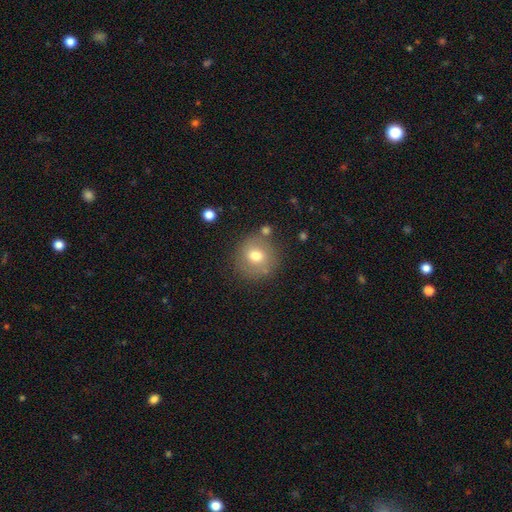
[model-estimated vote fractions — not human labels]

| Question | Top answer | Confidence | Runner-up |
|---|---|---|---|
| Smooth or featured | smooth | 71% | featured or disk (18%) |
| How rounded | round | 89% | in between (10%) |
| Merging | none | 78% | minor disturbance (12%) |